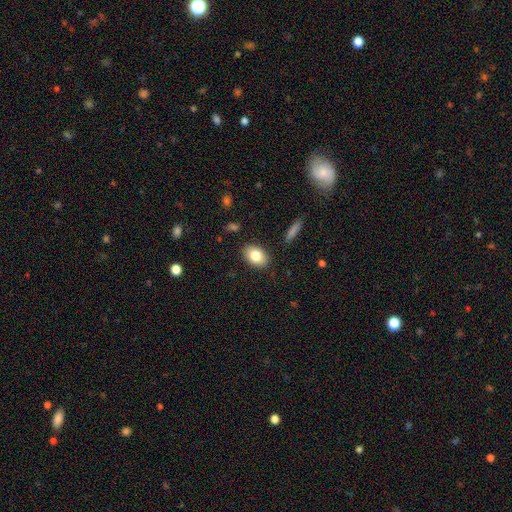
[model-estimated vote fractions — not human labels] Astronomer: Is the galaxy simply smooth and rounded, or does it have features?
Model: smooth — 81%.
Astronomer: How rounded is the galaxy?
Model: in between — 82%.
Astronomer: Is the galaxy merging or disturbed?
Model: none — 87%.